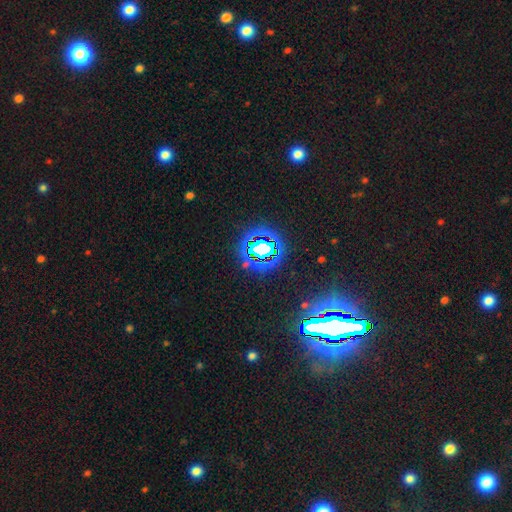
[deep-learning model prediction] Smooth or featured: star or artifact — 83% (smooth — 9%)